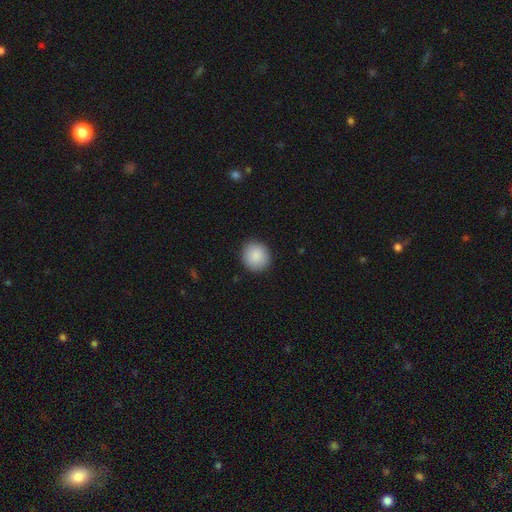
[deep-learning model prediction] Smooth or featured? Predicted: smooth (p=0.89). How rounded? Predicted: round (p=0.91). Merging? Predicted: none (p=0.91).